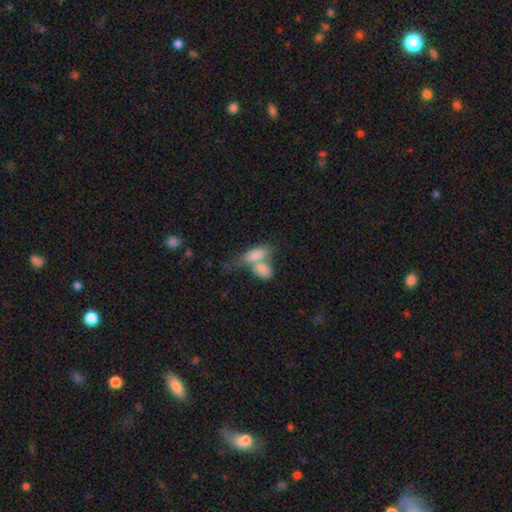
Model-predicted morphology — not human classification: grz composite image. It shows a smooth galaxy with no disk features (75%) that is in between round and cigar-shaped (78%). Merging: merger (61%).